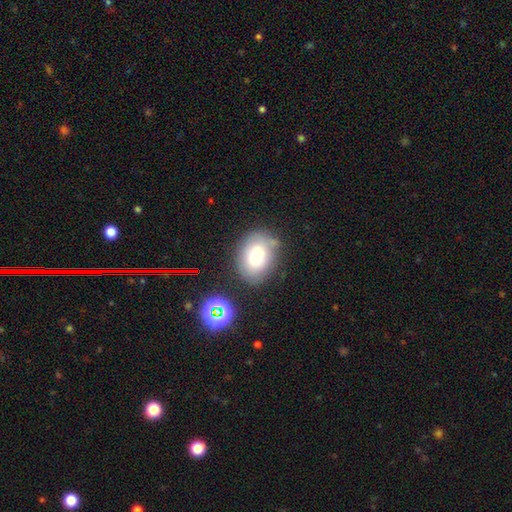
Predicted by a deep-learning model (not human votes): Overall: smooth (74%). How rounded: in between (73%). Merging: none (70%).